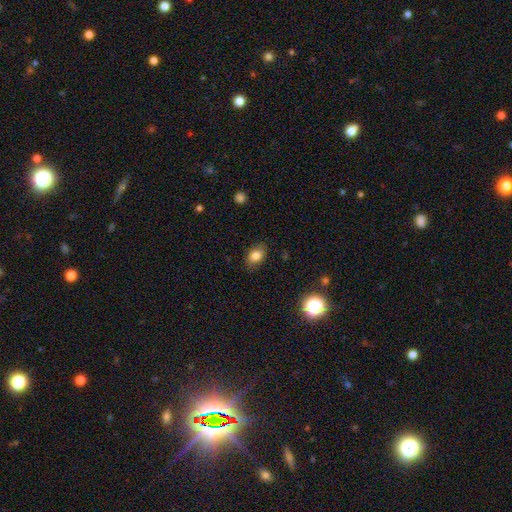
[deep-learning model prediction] smooth_or_featured: smooth (p=0.82) [alt: star or artifact p=0.10]
how_rounded: in between (p=0.77) [alt: round p=0.22]
merging: none (p=0.84) [alt: minor disturbance p=0.12]